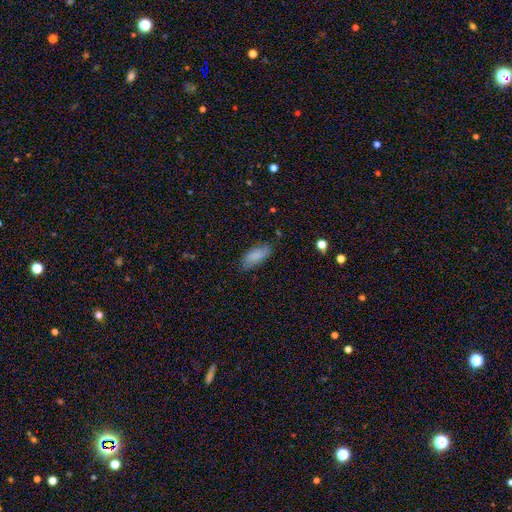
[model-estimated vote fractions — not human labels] smooth 84%, featured or disk 9%, star or artifact 7%. Down the decision tree: how rounded — in between (80%); merging — none (77%).